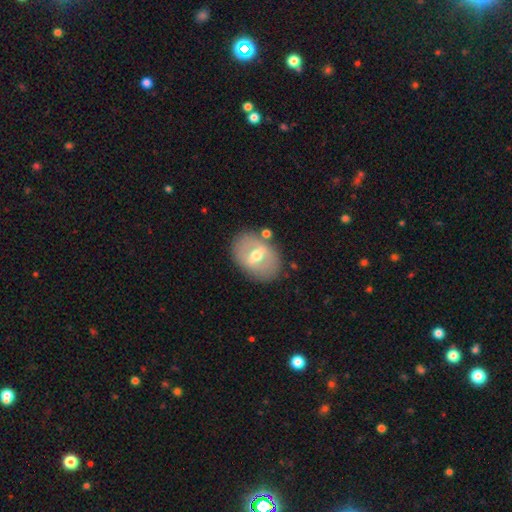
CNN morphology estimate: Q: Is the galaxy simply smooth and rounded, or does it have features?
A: featured or disk — 55%.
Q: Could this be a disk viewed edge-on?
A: no — 88%.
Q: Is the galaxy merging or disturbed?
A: none — 79%.